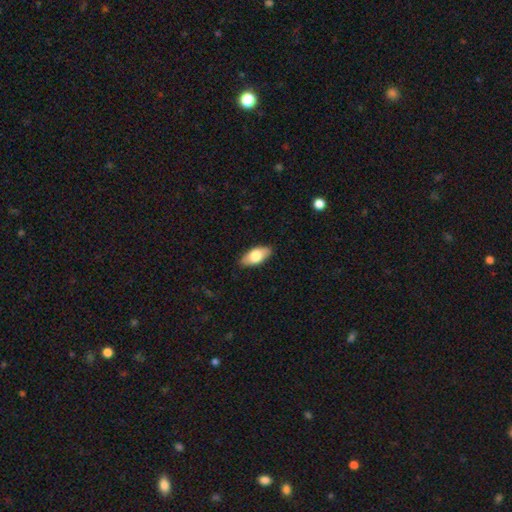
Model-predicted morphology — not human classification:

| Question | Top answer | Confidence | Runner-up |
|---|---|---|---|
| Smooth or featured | smooth | 74% | featured or disk (21%) |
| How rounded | in between | 89% | cigar-shaped (8%) |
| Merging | none | 86% | minor disturbance (11%) |